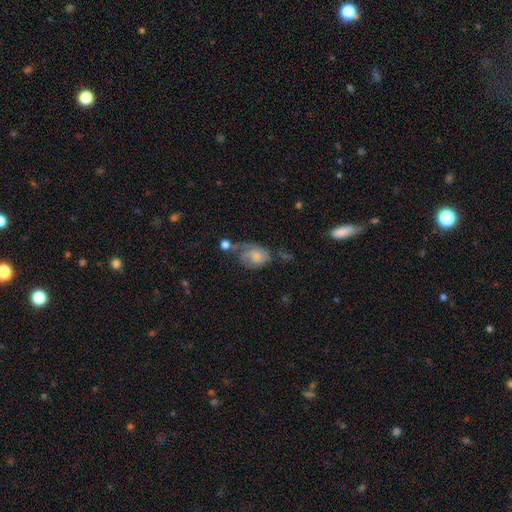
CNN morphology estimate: Smooth or featured: featured or disk — 48% (smooth — 43%)
Merging: major disturbance — 34% (none — 28%)